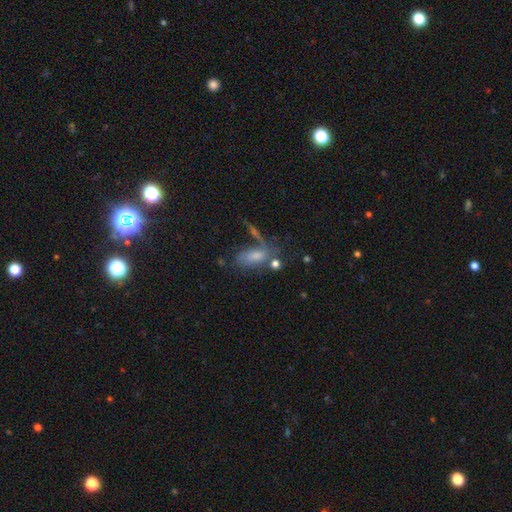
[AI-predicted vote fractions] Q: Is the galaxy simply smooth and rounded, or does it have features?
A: smooth — 58%.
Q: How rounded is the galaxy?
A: in between — 79%.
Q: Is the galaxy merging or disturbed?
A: none — 37%.